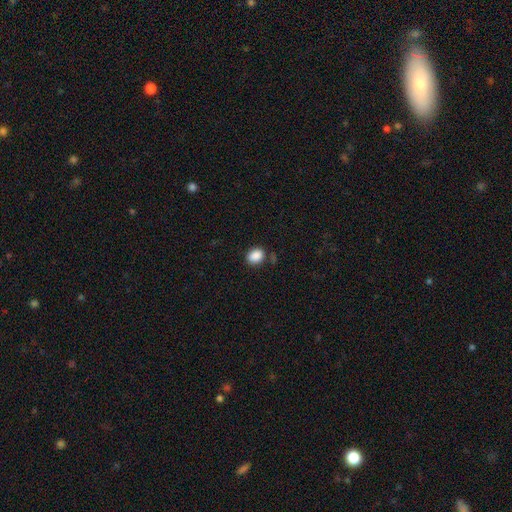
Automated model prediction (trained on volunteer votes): Q: Smooth or featured?
A: smooth (88%); runner-up: star or artifact (9%)
Q: How rounded?
A: in between (63%); runner-up: round (36%)
Q: Merging?
A: none (79%); runner-up: minor disturbance (14%)